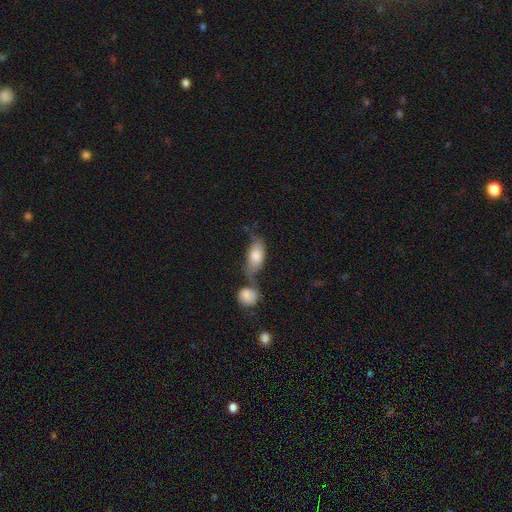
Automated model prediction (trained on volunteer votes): Morphology: type=smooth (75%); roundness=in between (87%); merging=none (37%).